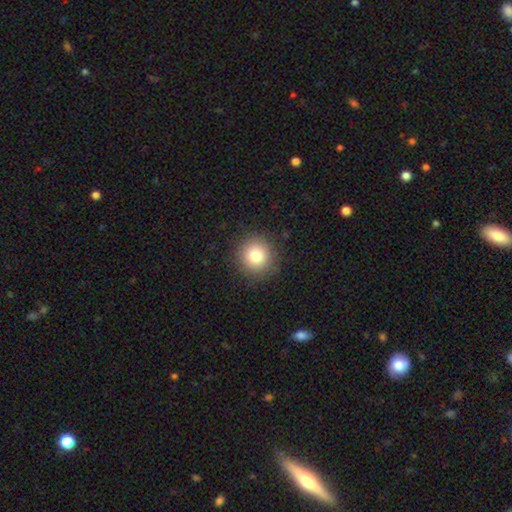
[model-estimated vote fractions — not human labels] A smooth galaxy with no disk features (81%) that is round (94%).

Vote fractions:
- Smooth or featured? smooth: 81% / star or artifact: 11% / featured or disk: 8%
- How rounded? round: 94% / in between: 5% / cigar-shaped: 1%
- Merging? none: 90% / minor disturbance: 7% / major disturbance: 3% / merger: 1%